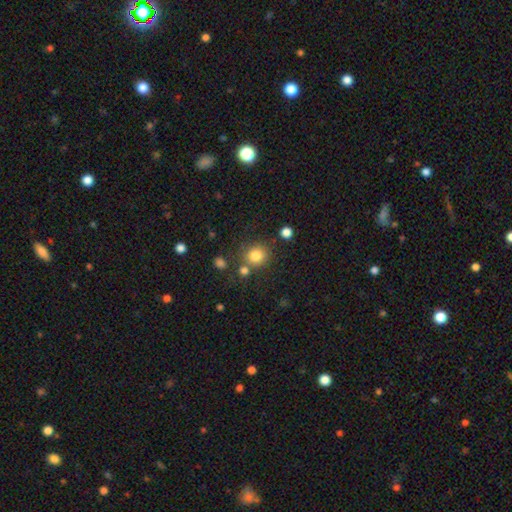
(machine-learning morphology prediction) Smooth or featured? Predicted: smooth (p=0.82). How rounded? Predicted: round (p=0.87). Merging? Predicted: none (p=0.72).